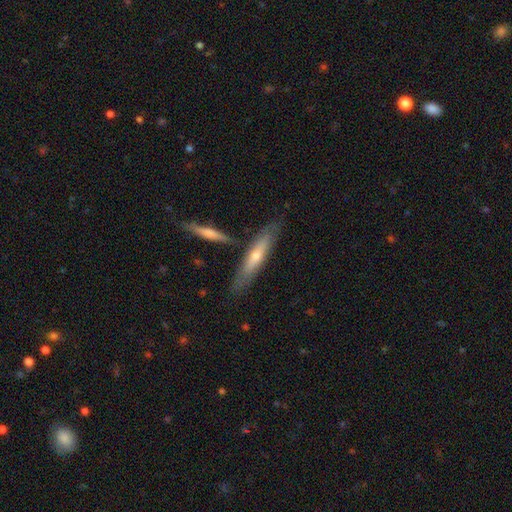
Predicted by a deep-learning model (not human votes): Smooth or featured? Predicted: featured or disk (p=0.50). Edge-on disk? Predicted: yes (p=0.79). Merging? Predicted: none (p=0.76).